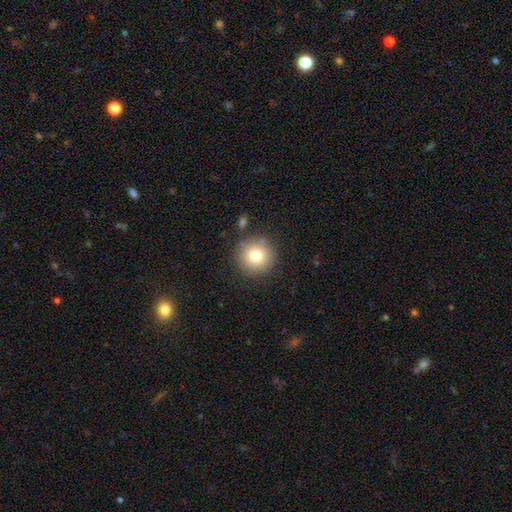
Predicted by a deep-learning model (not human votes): A smooth galaxy with no disk features (78%) that is round (95%). Merging: none (86%).